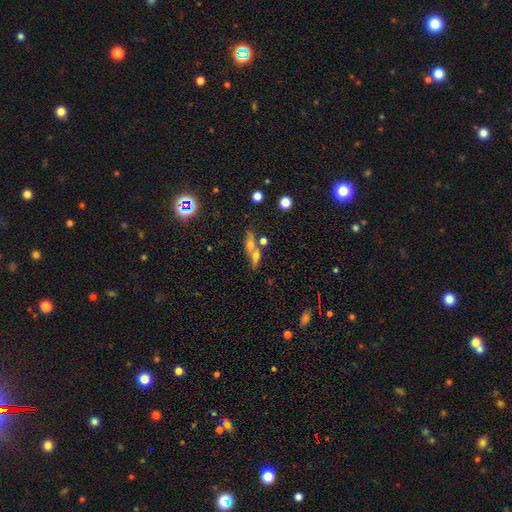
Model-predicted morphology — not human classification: Smooth or featured: smooth — 48% (featured or disk — 40%)
Merging: merger — 52% (none — 33%)